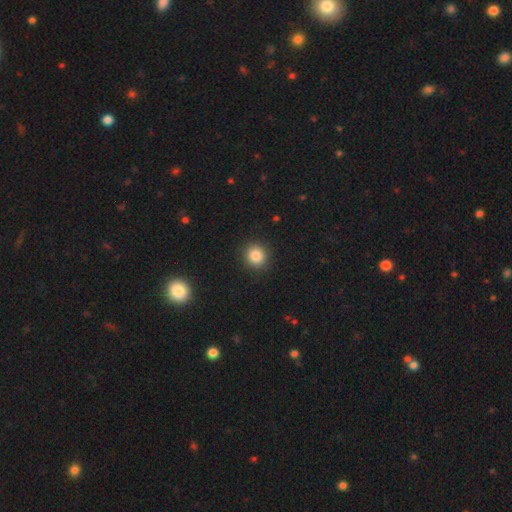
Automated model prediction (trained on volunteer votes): This appears to be a smooth galaxy with no disk features (84%) that is round (89%). Merging: none (92%).